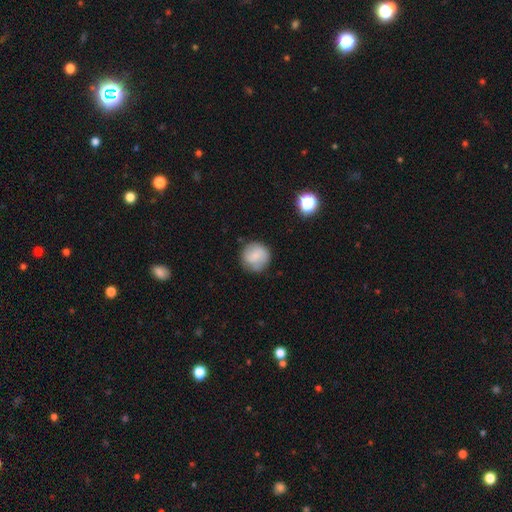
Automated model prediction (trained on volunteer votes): The model was most divided on "smooth or featured": smooth: 71%, featured or disk: 20%, star or artifact: 8%. More confident: how rounded — round (92%); merging — none (77%).